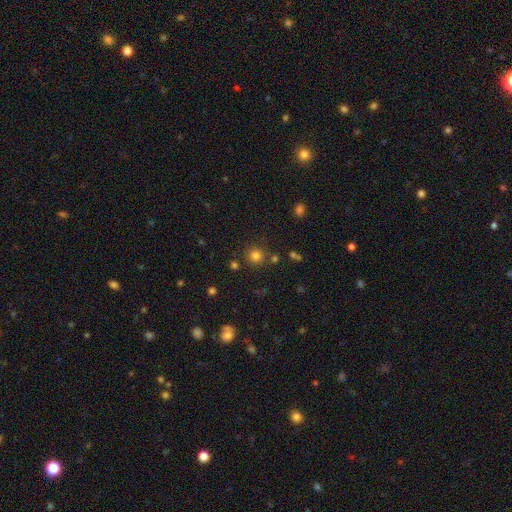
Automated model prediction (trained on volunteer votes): This appears to be a smooth galaxy with no disk features (78%) that is round (93%). Merging: none (82%).